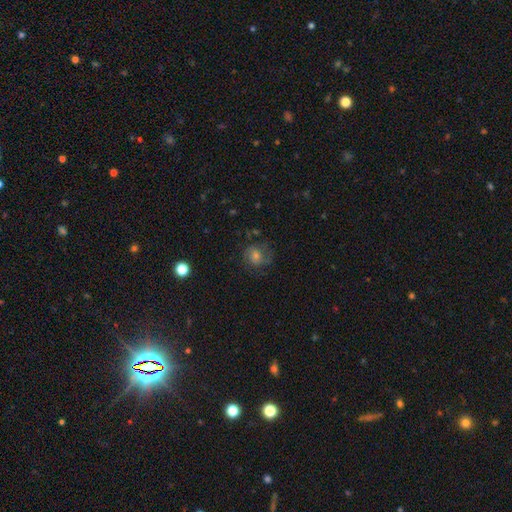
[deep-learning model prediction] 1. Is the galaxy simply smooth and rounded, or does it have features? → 40% smooth (tied), 40% featured or disk (tied), 19% star or artifact.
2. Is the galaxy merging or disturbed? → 66% none, 19% minor disturbance, 13% major disturbance, 2% merger.